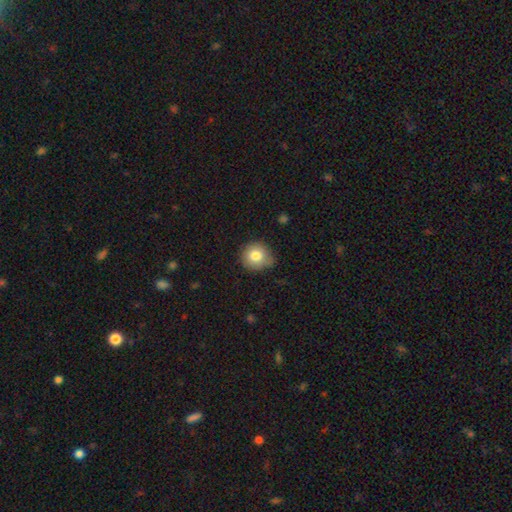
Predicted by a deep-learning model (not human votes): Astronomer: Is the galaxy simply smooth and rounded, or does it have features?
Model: smooth — 81%.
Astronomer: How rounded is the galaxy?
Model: round — 85%.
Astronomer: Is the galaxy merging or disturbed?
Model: none — 74%.